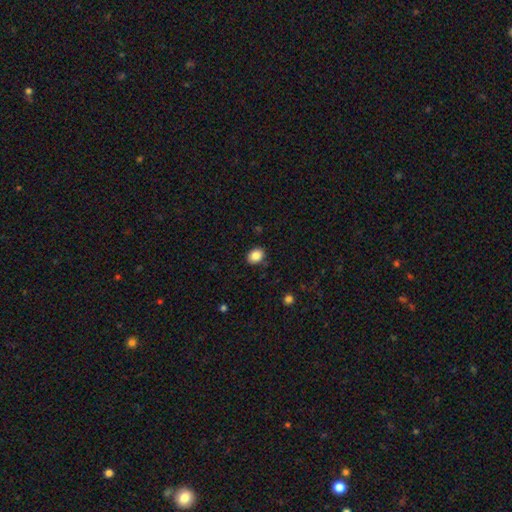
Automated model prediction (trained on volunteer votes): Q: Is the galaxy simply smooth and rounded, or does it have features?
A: smooth — 86%.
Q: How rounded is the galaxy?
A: in between — 62%.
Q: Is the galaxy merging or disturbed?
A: none — 87%.